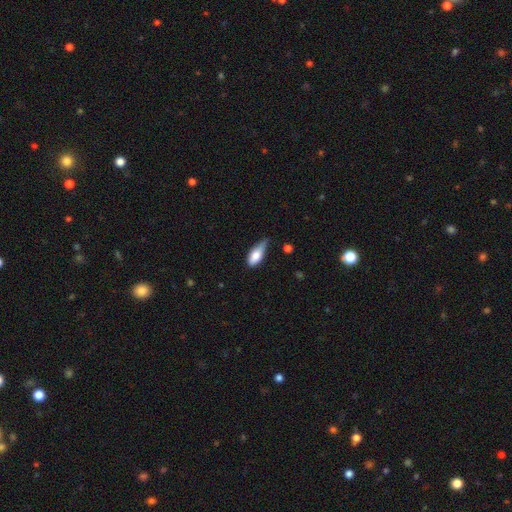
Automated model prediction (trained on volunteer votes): A smooth galaxy with no disk features (77%) that is in between round and cigar-shaped (82%).

Vote fractions:
- Smooth or featured? smooth: 77% / featured or disk: 16% / star or artifact: 7%
- How rounded? in between: 82% / cigar-shaped: 14% / round: 3%
- Merging? minor disturbance: 51% / none: 32% / major disturbance: 14% / merger: 4%